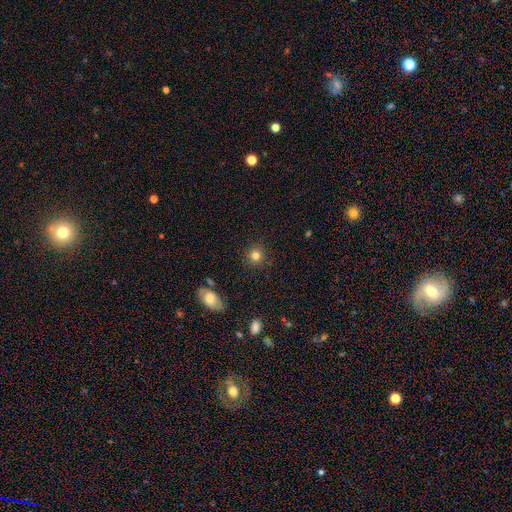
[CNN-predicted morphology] A smooth galaxy with no disk features (81%) that is round (90%). Merging: none (89%).